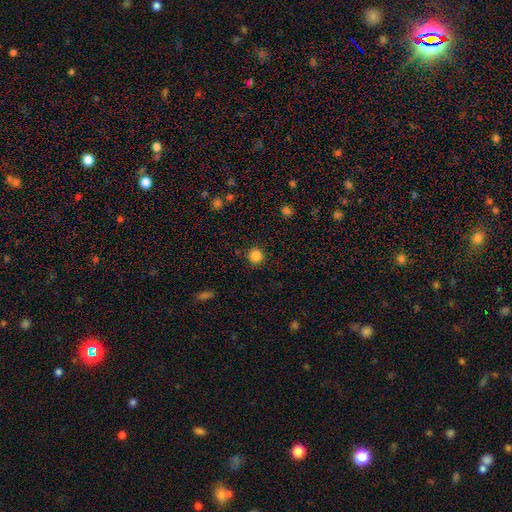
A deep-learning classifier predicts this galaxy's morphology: smooth_or_featured: smooth (p=0.85) [alt: star or artifact p=0.12]
how_rounded: round (p=0.94) [alt: in between p=0.05]
merging: none (p=0.90) [alt: minor disturbance p=0.07]